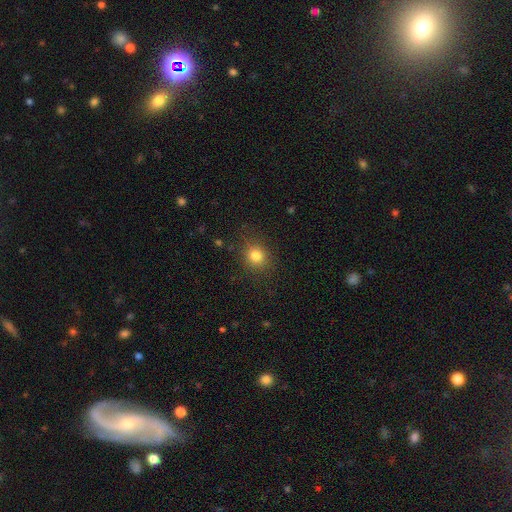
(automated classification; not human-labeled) Smooth or featured: smooth — 80% (star or artifact — 13%)
How rounded: round — 78% (in between — 21%)
Merging: none — 85% (minor disturbance — 10%)